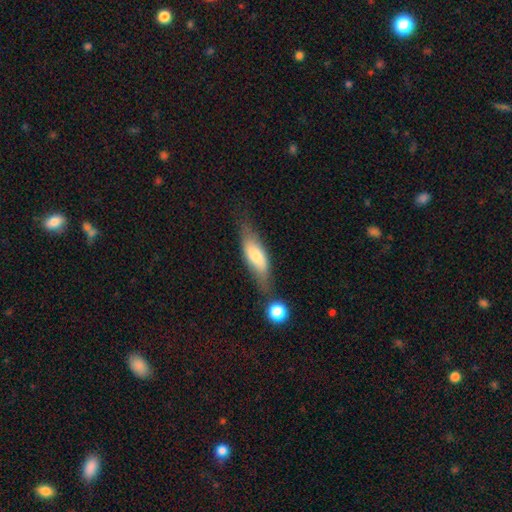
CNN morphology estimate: The model was most divided on "how rounded": in between: 54%, cigar-shaped: 43%, round: 3%. More confident: smooth or featured — smooth (62%); merging — none (54%).